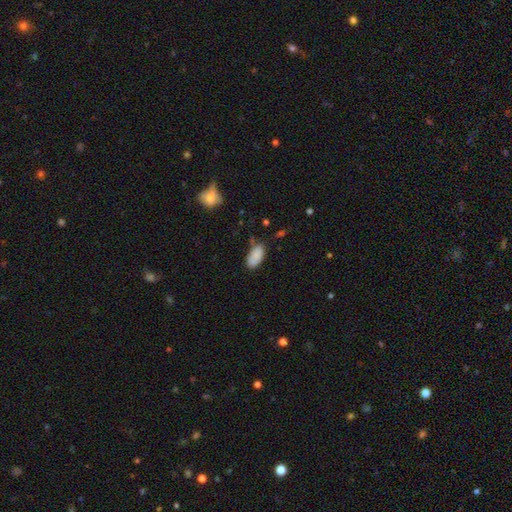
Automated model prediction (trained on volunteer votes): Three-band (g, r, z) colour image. It shows a smooth galaxy with no disk features (84%) that is in between round and cigar-shaped (94%). Merging: none (57%).